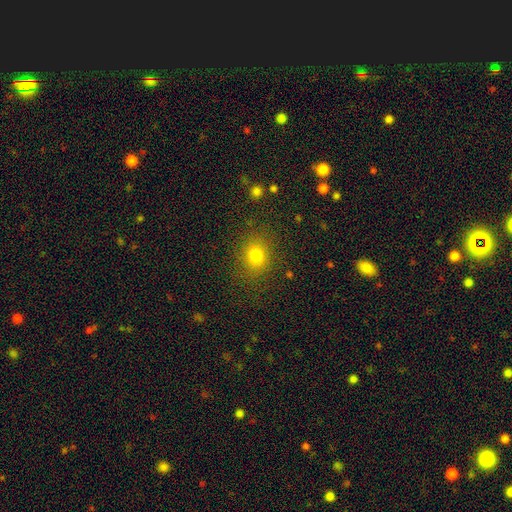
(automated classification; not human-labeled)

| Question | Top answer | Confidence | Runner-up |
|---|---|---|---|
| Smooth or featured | smooth | 78% | star or artifact (15%) |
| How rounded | round | 63% | in between (36%) |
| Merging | none | 85% | minor disturbance (10%) |